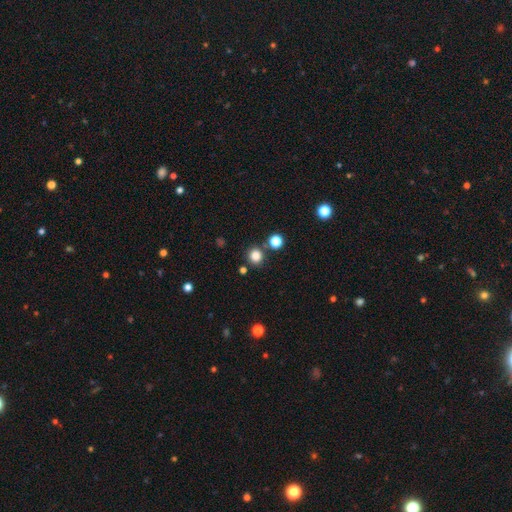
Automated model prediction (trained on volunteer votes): Smooth or featured: smooth — 82% (star or artifact — 14%)
How rounded: round — 91% (in between — 8%)
Merging: none — 80% (merger — 9%)